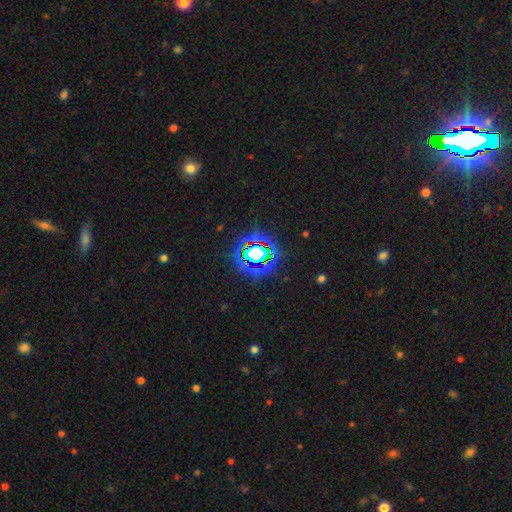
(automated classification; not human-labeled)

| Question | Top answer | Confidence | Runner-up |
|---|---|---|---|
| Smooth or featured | star or artifact | 71% | smooth (18%) |